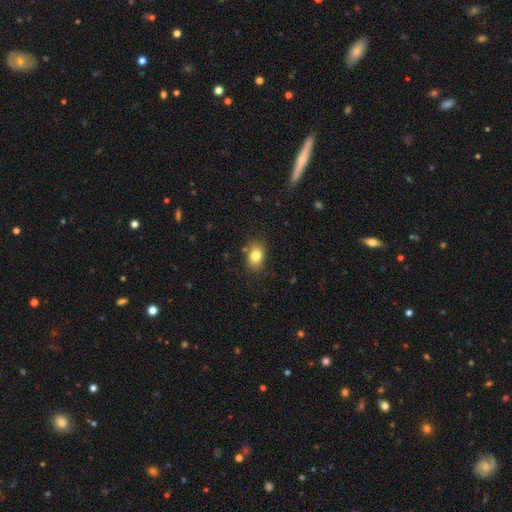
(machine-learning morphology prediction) Overall: smooth (81%). How rounded: in between (71%). Merging: none (81%).